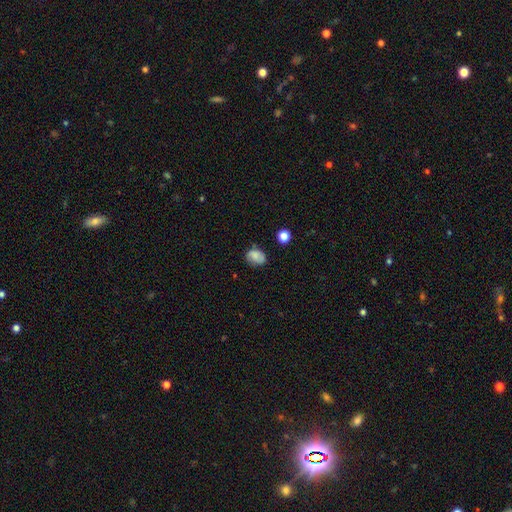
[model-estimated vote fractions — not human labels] Smooth or featured: smooth — 72% (featured or disk — 18%)
How rounded: in between — 55% (round — 44%)
Merging: none — 68% (minor disturbance — 23%)